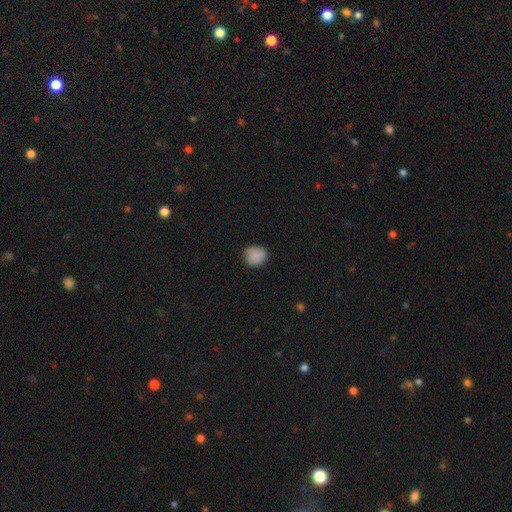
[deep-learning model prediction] smooth_or_featured: smooth (p=0.87) [alt: star or artifact p=0.08]
how_rounded: round (p=0.82) [alt: in between p=0.17]
merging: none (p=0.84) [alt: minor disturbance p=0.12]